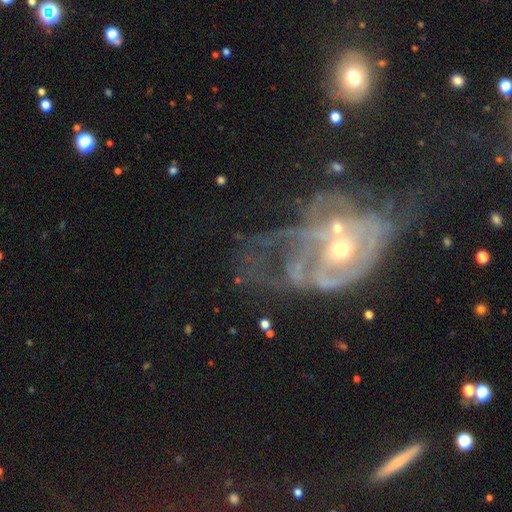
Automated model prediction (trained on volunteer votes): Smooth or featured? Predicted: featured or disk (p=0.74). Edge-on disk? Predicted: no (p=0.96). Bar? Predicted: no (p=0.74). Spiral arms? Predicted: yes (p=0.61). Bulge size? Predicted: moderate (p=0.47). Merging? Predicted: merger (p=0.44).